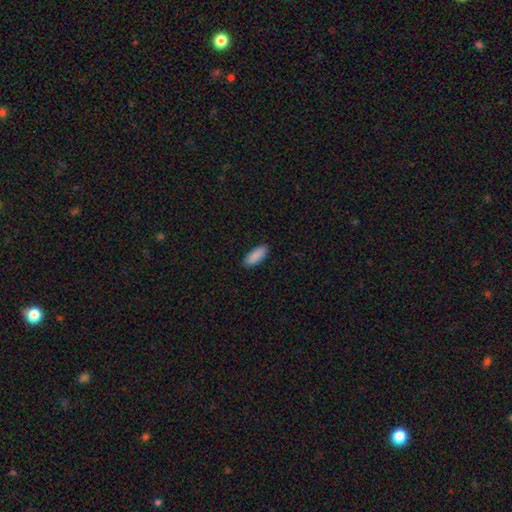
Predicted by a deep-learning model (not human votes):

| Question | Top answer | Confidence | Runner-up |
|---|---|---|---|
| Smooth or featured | smooth | 90% | star or artifact (6%) |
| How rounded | in between | 83% | cigar-shaped (16%) |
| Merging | none | 90% | minor disturbance (8%) |